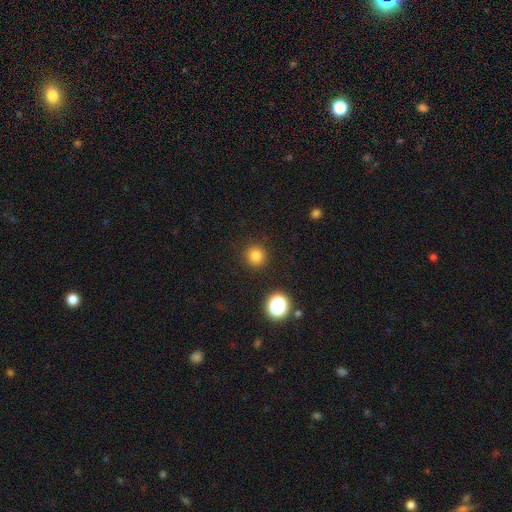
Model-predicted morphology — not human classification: Smooth or featured? smooth (80%)
How rounded? round (94%)
Merging? none (91%)